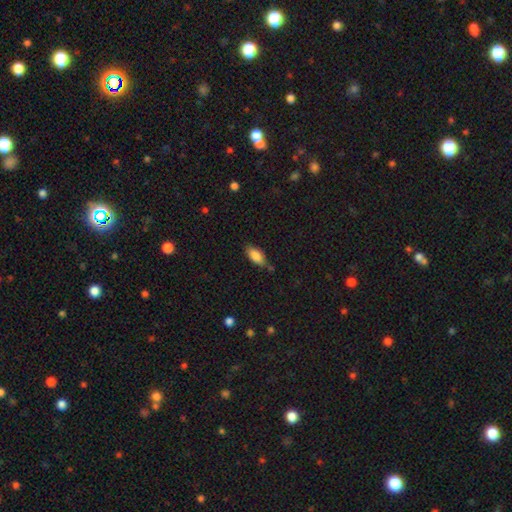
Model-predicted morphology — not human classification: Overall: smooth (83%). How rounded: in between (87%). Merging: none (72%).